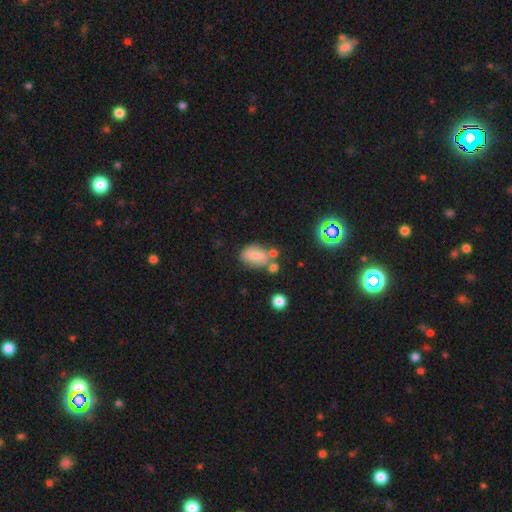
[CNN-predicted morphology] smooth-or-featured: smooth: 66% | featured or disk: 22% | star or artifact: 12%
  how-rounded: in between: 78% | round: 20% | cigar-shaped: 2%
  merging: none: 53% | minor disturbance: 20% | merger: 20% | major disturbance: 7%